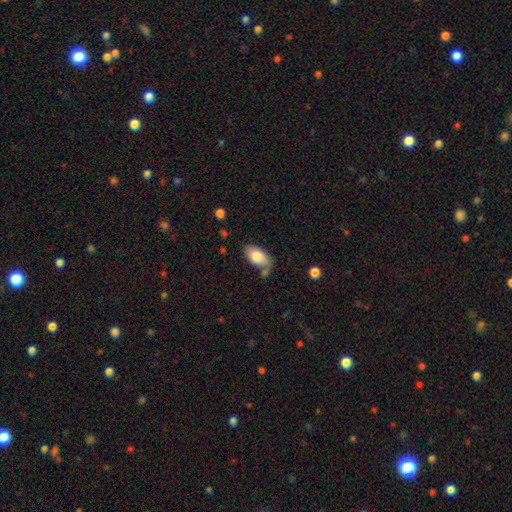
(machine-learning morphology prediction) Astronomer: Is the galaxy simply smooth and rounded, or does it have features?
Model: smooth — 80%.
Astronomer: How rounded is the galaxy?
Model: in between — 94%.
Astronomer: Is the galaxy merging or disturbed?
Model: none — 59%.